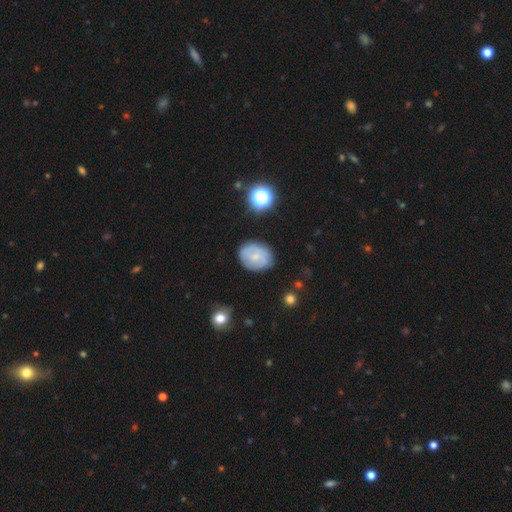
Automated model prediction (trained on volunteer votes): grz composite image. It shows a smooth galaxy with no disk features (49%). Merging: none (74%).